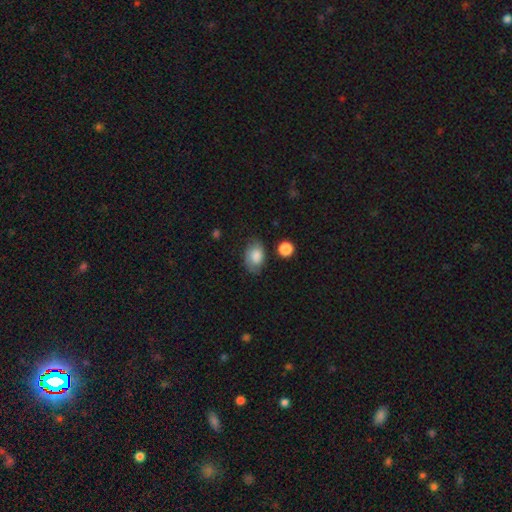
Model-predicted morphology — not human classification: Smooth or featured? smooth (68%)
How rounded? in between (81%)
Merging? none (68%)